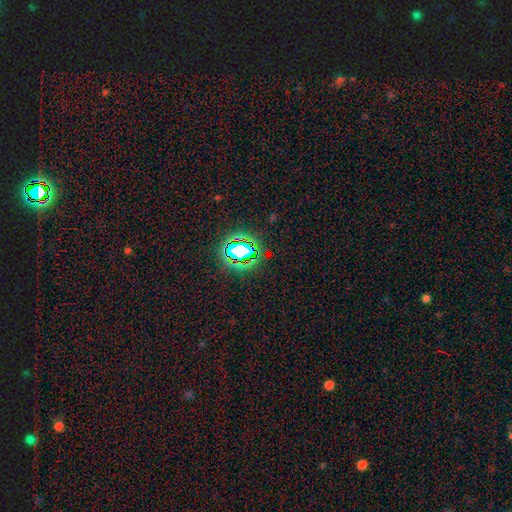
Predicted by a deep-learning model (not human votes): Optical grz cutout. It shows a star or artifact, not a galaxy (79%).